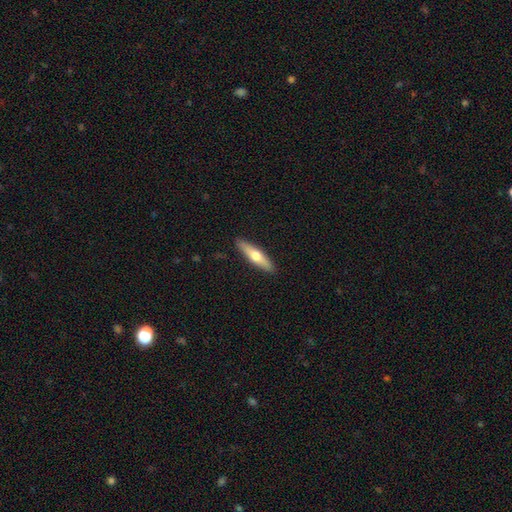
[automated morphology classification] type=smooth (53%); roundness=cigar-shaped (73%); merging=none (91%).